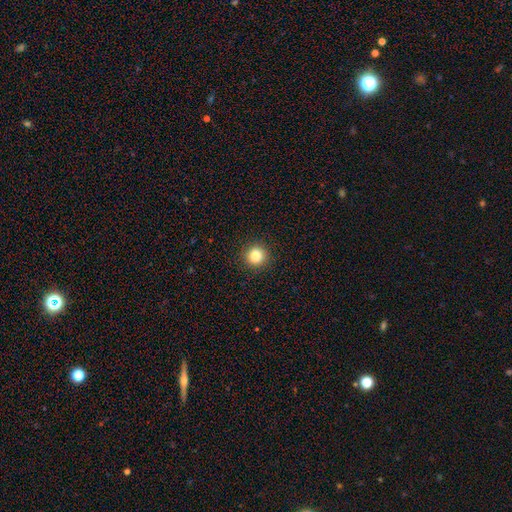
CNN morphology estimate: The model was most divided on "smooth or featured": smooth: 84%, star or artifact: 11%, featured or disk: 5%. More confident: how rounded — round (94%); merging — none (92%).